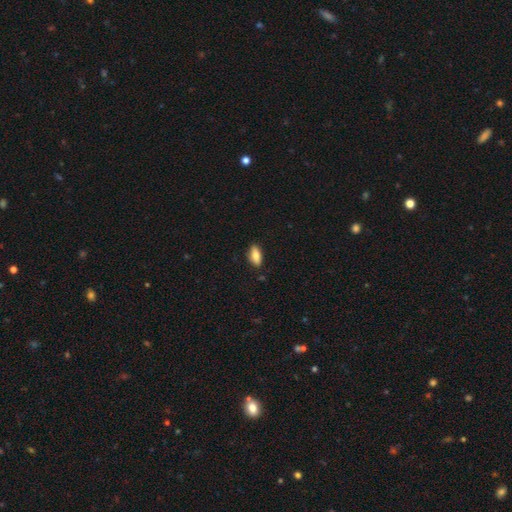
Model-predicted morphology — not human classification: smooth 84%, featured or disk 9%, star or artifact 7%. Down the decision tree: how rounded — in between (87%); merging — none (84%).